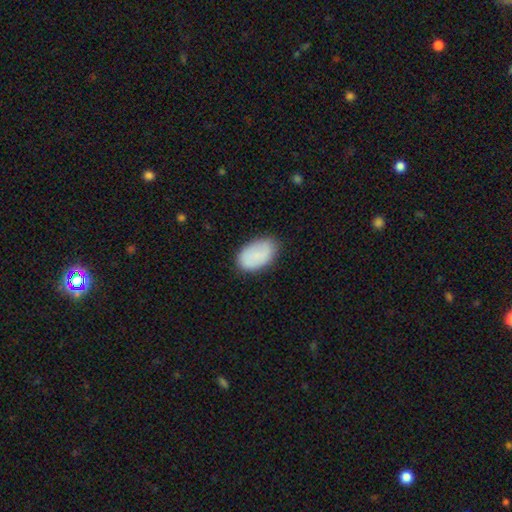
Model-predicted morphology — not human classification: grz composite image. It shows a smooth galaxy with no disk features (84%) that is in between round and cigar-shaped (93%). Merging: none (78%).